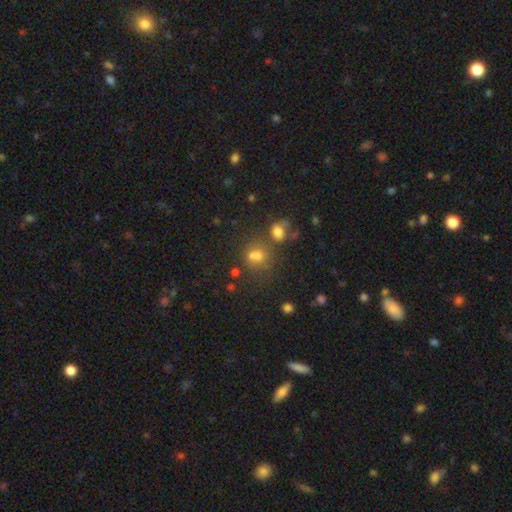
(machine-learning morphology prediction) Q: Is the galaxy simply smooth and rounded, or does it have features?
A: smooth — 66%.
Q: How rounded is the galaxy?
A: round — 50%.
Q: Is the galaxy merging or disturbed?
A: none — 42%.